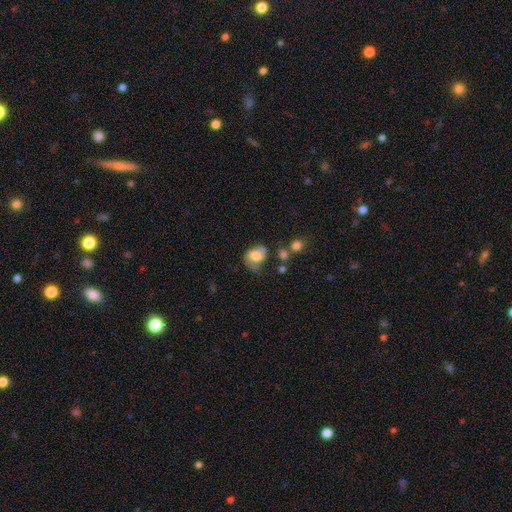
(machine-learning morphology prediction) Smooth or featured? Predicted: smooth (p=0.56). How rounded? Predicted: in between (p=0.59). Merging? Predicted: none (p=0.38).